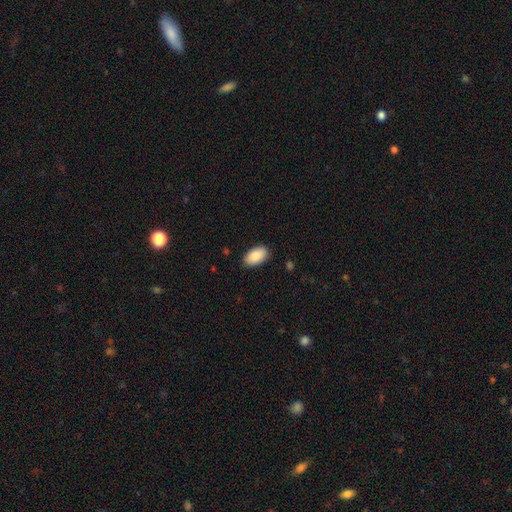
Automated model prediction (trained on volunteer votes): Smooth or featured: smooth — 89% (star or artifact — 6%)
How rounded: in between — 95% (round — 4%)
Merging: none — 87% (minor disturbance — 10%)